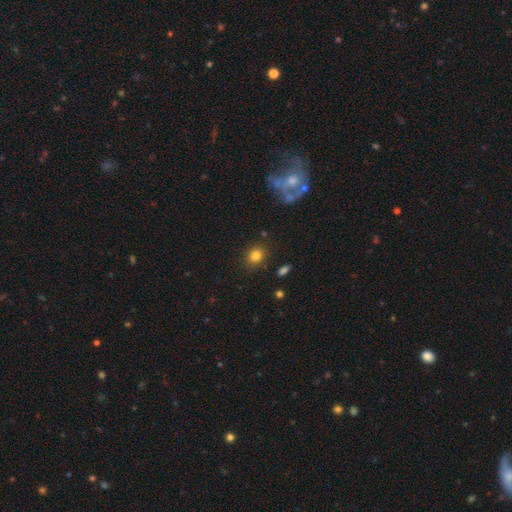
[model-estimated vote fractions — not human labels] Overall: smooth (82%). How rounded: round (66%; in between 33%). Merging: none (85%).